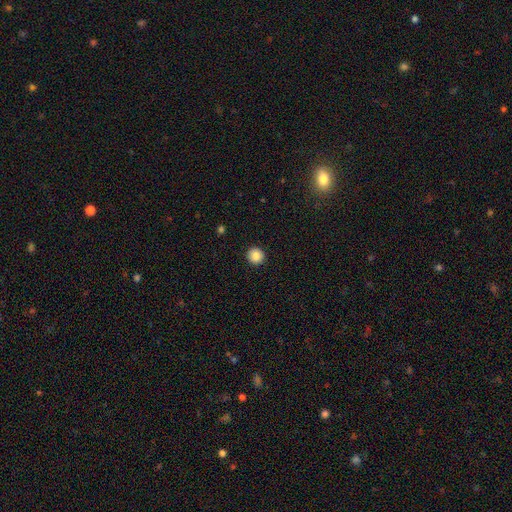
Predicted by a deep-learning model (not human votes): Smooth or featured?
  - smooth: 86% *
  - star or artifact: 9%
  - featured or disk: 5%
How rounded?
  - round: 94% *
  - in between: 5%
  - cigar-shaped: 1%
Merging?
  - none: 93% *
  - minor disturbance: 4%
  - major disturbance: 2%
  - merger: 1%